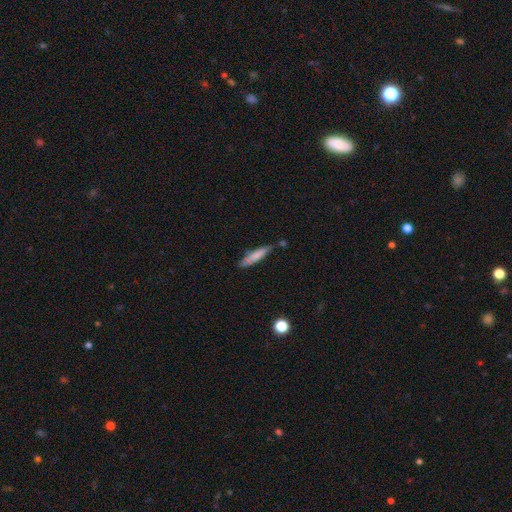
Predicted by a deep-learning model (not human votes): This is likely a smooth galaxy (73%). How rounded: clearly cigar-shaped (82%). Merging: likely none (70%).